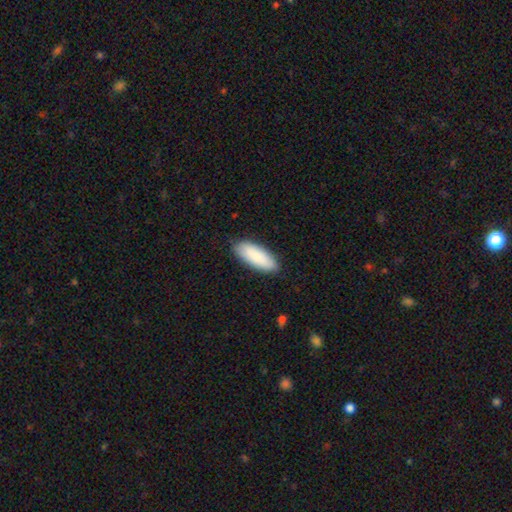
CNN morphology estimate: A smooth galaxy with no disk features (89%) that is in between round and cigar-shaped (72%). Merging: none (87%).